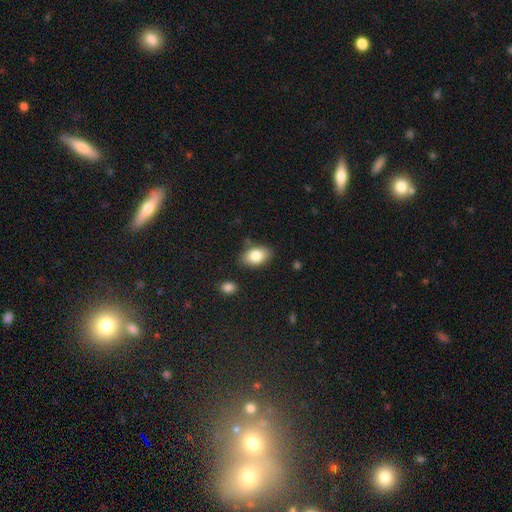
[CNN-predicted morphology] smooth 82%, featured or disk 10%, star or artifact 7%. Down the decision tree: how rounded — in between (89%); merging — none (81%).